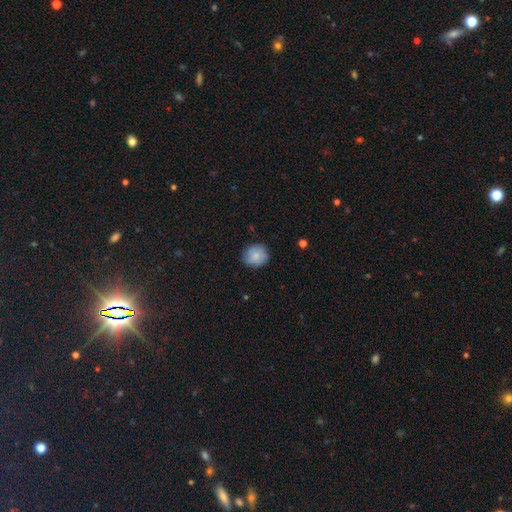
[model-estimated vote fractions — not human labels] This is likely a smooth galaxy (77%). How rounded: clearly round (81%). Merging: likely none (79%).